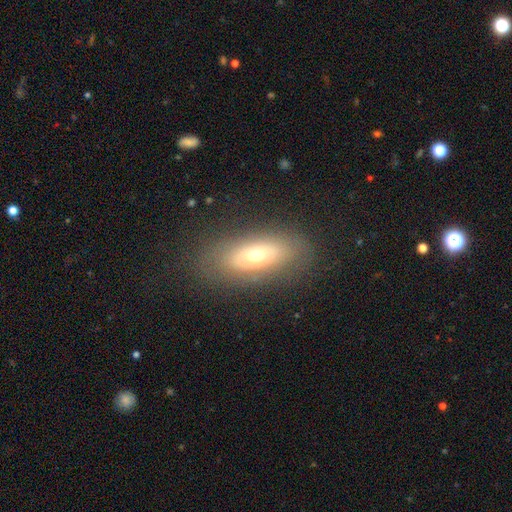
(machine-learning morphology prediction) Overall: smooth (54%; featured or disk 36%). How rounded: in between (78%). Merging: none (79%).